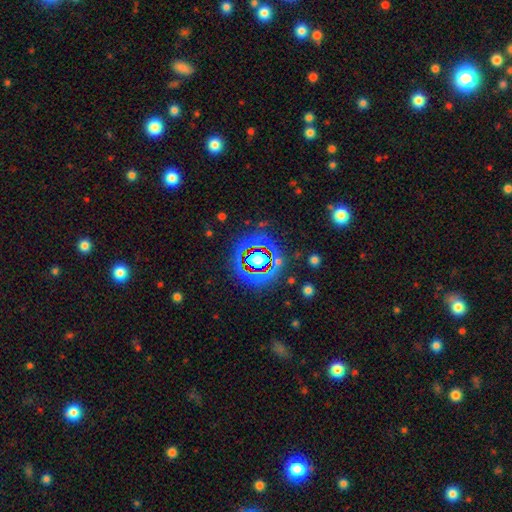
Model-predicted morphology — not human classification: smooth_or_featured: star or artifact (p=0.75) [alt: smooth p=0.15]